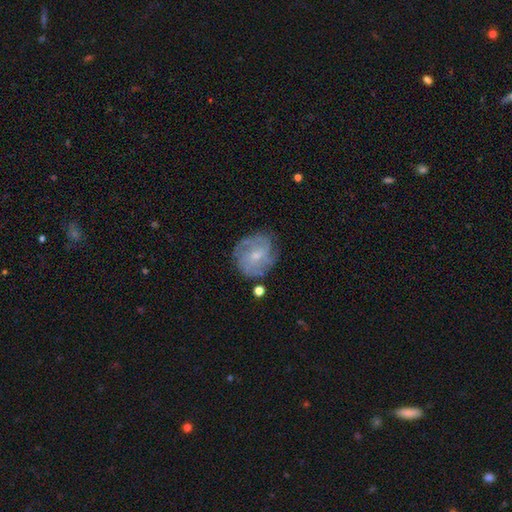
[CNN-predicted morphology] The model was most divided on "spiral winding": tight: 49%, medium: 36%, loose: 14%. Remaining: edge-on disk — no (97%); spiral arms — yes (84%); merging — none (73%); smooth or featured — featured or disk (69%); bulge size — small (60%); bar — no (58%); spiral arm count — can't tell (44%).